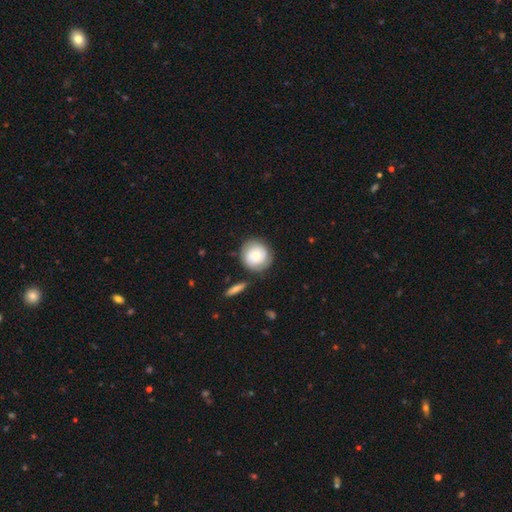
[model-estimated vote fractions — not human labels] A smooth galaxy with no disk features (57%) that is round (88%).

Vote fractions:
- Smooth or featured? smooth: 57% / featured or disk: 36% / star or artifact: 8%
- How rounded? round: 88% / in between: 10% / cigar-shaped: 1%
- Merging? none: 77% / minor disturbance: 14% / major disturbance: 5% / merger: 4%